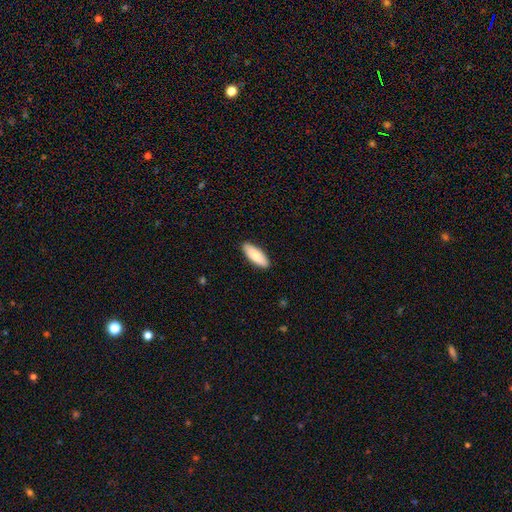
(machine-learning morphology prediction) A smooth galaxy with no disk features (82%) that is in between round and cigar-shaped (67%). Merging: none (90%).